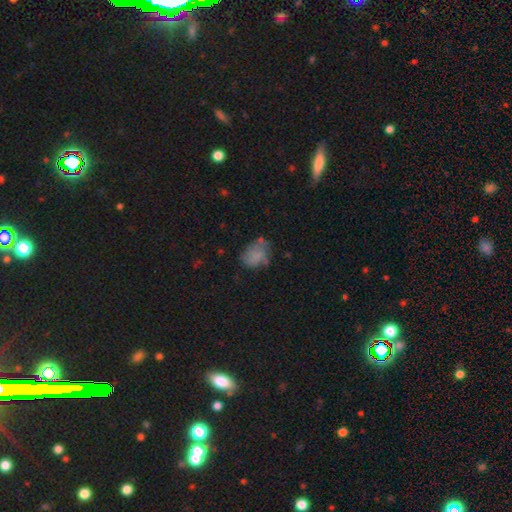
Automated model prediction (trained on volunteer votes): Q: Smooth or featured?
A: smooth (65%); runner-up: featured or disk (24%)
Q: How rounded?
A: in between (70%); runner-up: round (29%)
Q: Merging?
A: none (43%); runner-up: minor disturbance (31%)